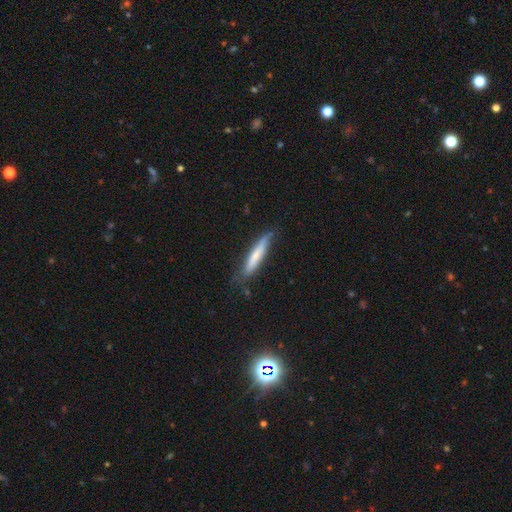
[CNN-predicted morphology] Smooth or featured? Predicted: smooth (p=0.64). How rounded? Predicted: cigar-shaped (p=0.91). Merging? Predicted: none (p=0.70).